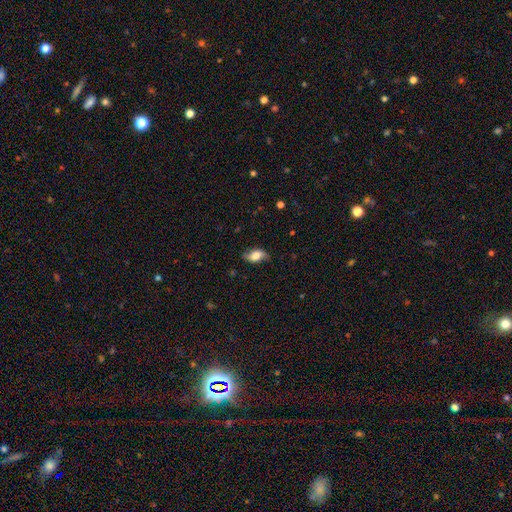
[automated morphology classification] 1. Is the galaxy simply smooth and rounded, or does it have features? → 54% smooth, 37% featured or disk, 9% star or artifact.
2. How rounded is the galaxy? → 87% in between, 9% round, 4% cigar-shaped.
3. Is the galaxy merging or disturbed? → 73% none, 20% minor disturbance, 6% major disturbance, 1% merger.